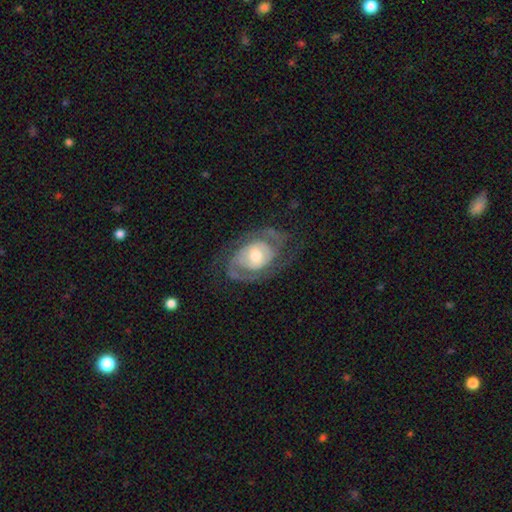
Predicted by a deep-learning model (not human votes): Q: Smooth or featured?
A: featured or disk (82%); runner-up: smooth (13%)
Q: Edge-on disk?
A: no (96%); runner-up: yes (4%)
Q: Bar?
A: no (67%); runner-up: weak (27%)
Q: Spiral arms?
A: yes (87%); runner-up: no (13%)
Q: Spiral winding?
A: tight (51%); runner-up: medium (35%)
Q: Spiral arm count?
A: 2 (53%); runner-up: can't tell (24%)
Q: Bulge size?
A: moderate (63%); runner-up: small (22%)
Q: Merging?
A: none (62%); runner-up: minor disturbance (20%)